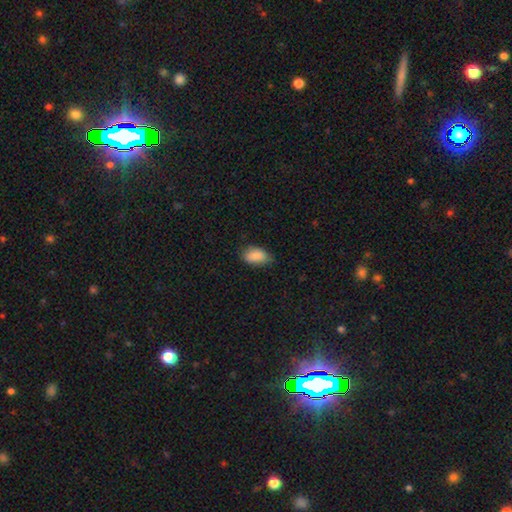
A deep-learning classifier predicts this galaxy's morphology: A smooth galaxy with no disk features (87%) that is in between round and cigar-shaped (91%).

Vote fractions:
- Smooth or featured? smooth: 87% / star or artifact: 7% / featured or disk: 6%
- How rounded? in between: 91% / round: 7% / cigar-shaped: 2%
- Merging? none: 72% / minor disturbance: 23% / major disturbance: 4% / merger: 1%